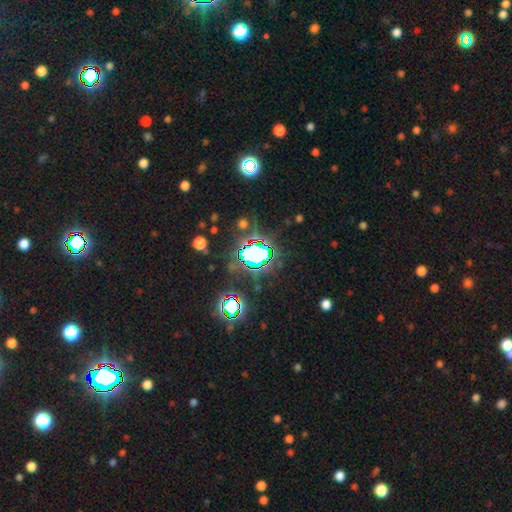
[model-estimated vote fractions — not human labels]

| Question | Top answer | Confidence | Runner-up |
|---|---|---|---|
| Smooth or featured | star or artifact | 68% | smooth (20%) |